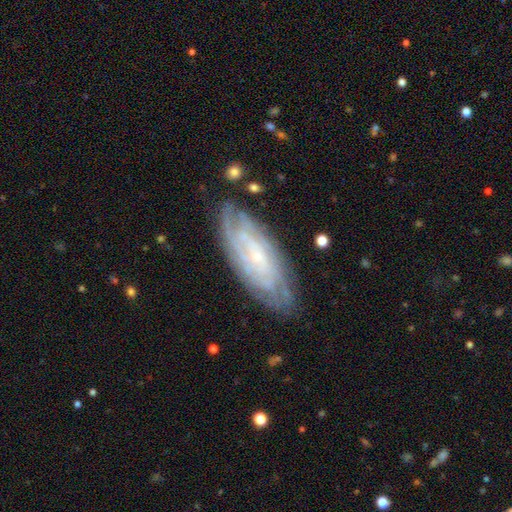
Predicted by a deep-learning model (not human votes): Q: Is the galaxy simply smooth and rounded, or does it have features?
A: featured or disk — 78%.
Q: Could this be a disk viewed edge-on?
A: no — 87%.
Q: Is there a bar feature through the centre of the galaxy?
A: no — 60%.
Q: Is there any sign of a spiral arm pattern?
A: yes — 93%.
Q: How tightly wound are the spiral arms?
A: tight — 73%.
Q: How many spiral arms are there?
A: can't tell — 49%.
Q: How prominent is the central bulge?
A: small — 77%.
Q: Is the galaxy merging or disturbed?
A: none — 77%.